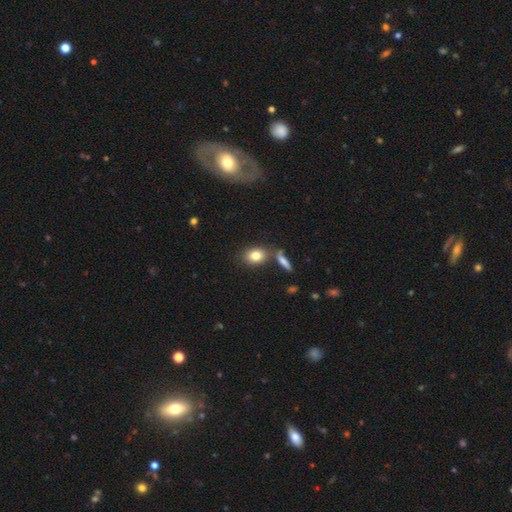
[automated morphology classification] smooth 81%, featured or disk 10%, star or artifact 9%. Down the decision tree: how rounded — in between (67%); merging — none (70%).